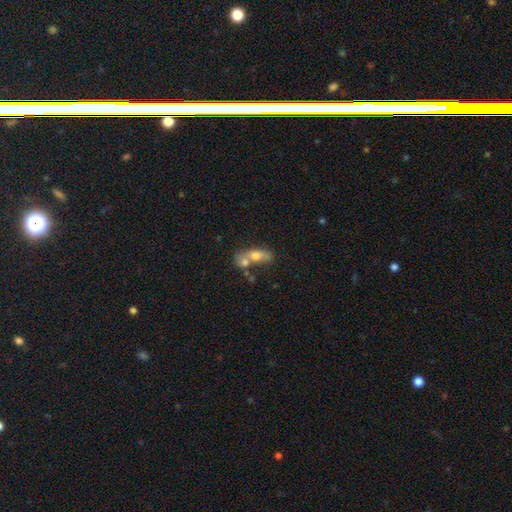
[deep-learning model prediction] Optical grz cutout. It shows a smooth galaxy with no disk features (55%) that is in between round and cigar-shaped (62%). Merging: merger (53%).